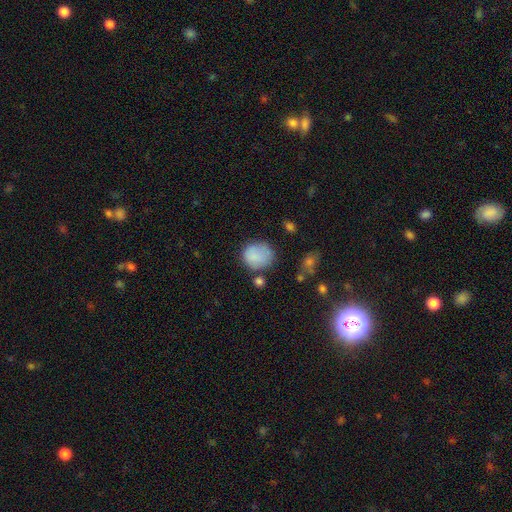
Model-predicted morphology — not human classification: Smooth or featured: smooth — 83% (star or artifact — 9%)
How rounded: round — 77% (in between — 22%)
Merging: none — 62% (minor disturbance — 23%)